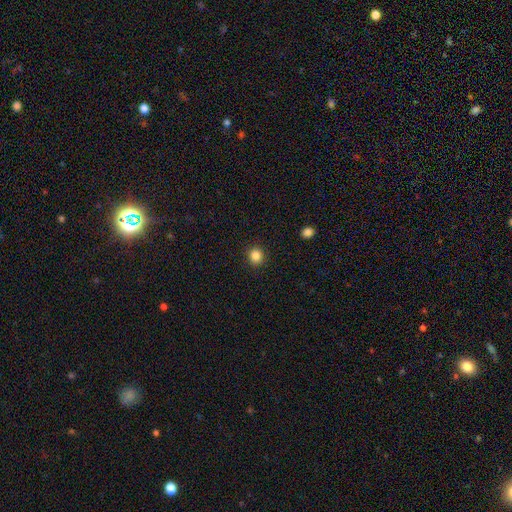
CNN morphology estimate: This is clearly a smooth galaxy (85%). How rounded: clearly round (88%). Merging: clearly none (91%).